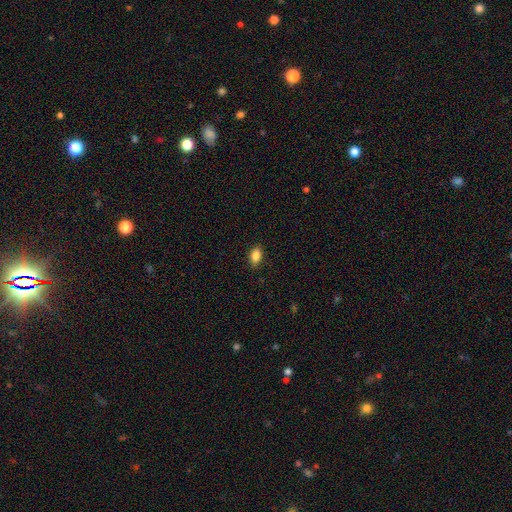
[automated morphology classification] Smooth or featured?
  - smooth: 86% *
  - star or artifact: 9%
  - featured or disk: 5%
How rounded?
  - in between: 87% *
  - round: 10%
  - cigar-shaped: 3%
Merging?
  - none: 88% *
  - minor disturbance: 9%
  - major disturbance: 2%
  - merger: 1%